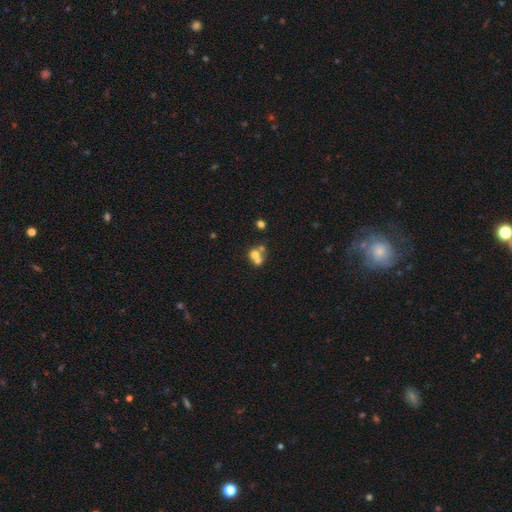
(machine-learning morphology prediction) smooth 61%, featured or disk 25%, star or artifact 14%. Down the decision tree: how rounded — round (73%); merging — merger (61%).